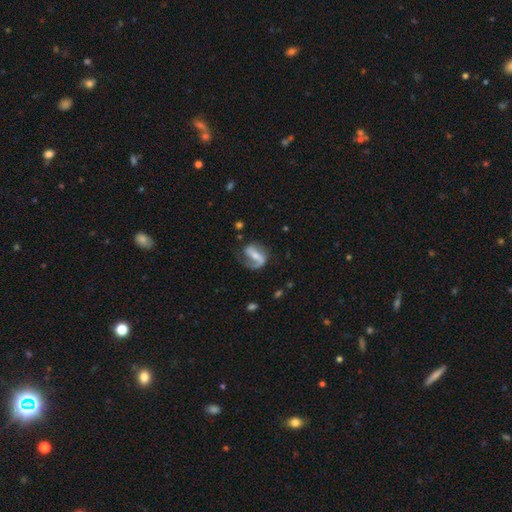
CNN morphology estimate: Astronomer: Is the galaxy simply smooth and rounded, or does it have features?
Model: featured or disk — 77%.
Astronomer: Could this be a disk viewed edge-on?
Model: no — 95%.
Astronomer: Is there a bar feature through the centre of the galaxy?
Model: strong — 52% (runner-up: weak, 32%).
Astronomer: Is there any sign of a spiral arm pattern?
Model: yes — 89%.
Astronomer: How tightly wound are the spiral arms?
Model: loose — 43% (runner-up: medium, 39%).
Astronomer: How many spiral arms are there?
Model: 2 — 53% (runner-up: 1, 41%).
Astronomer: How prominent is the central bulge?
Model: small — 49% (runner-up: moderate, 40%).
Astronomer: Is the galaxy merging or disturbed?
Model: none — 55%.